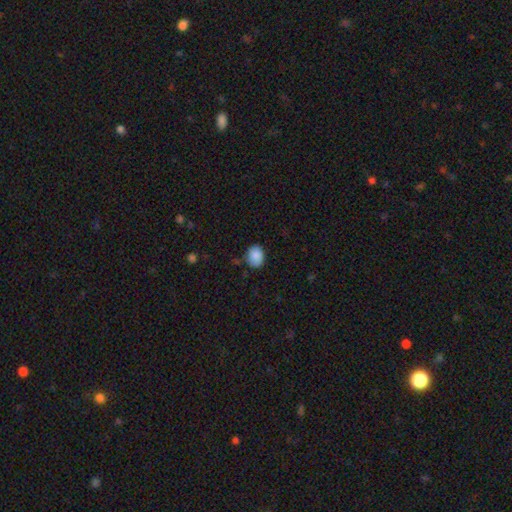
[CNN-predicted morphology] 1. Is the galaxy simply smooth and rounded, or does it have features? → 86% smooth, 8% star or artifact, 6% featured or disk.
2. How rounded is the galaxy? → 53% in between, 47% round, 1% cigar-shaped.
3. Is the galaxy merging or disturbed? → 75% none, 19% minor disturbance, 3% major disturbance, 3% merger.